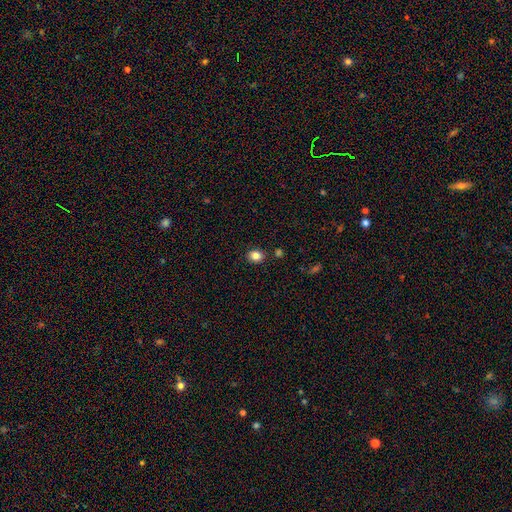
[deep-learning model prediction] smooth 84%, star or artifact 11%, featured or disk 6%. Down the decision tree: how rounded — round (52%); merging — none (86%).